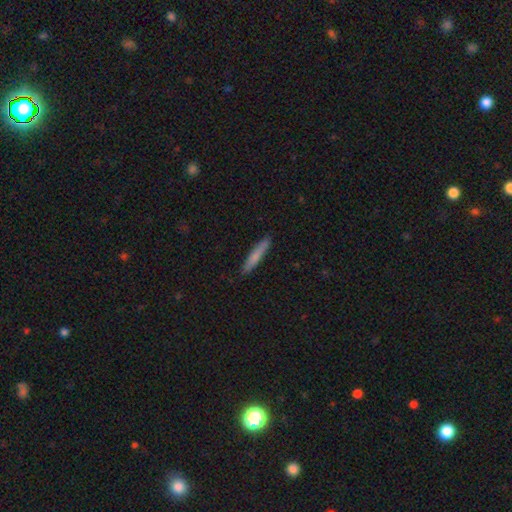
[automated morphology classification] A smooth galaxy with no disk features (76%) that is cigar-shaped (93%). Merging: none (90%).